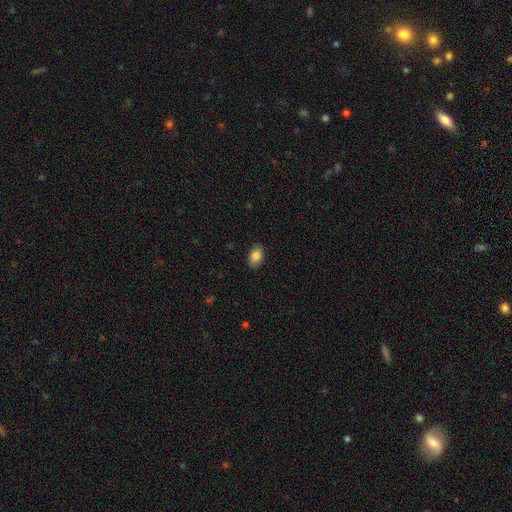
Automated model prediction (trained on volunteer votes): This appears to be a smooth galaxy with no disk features (86%) that is in between round and cigar-shaped (88%). Merging: none (88%).